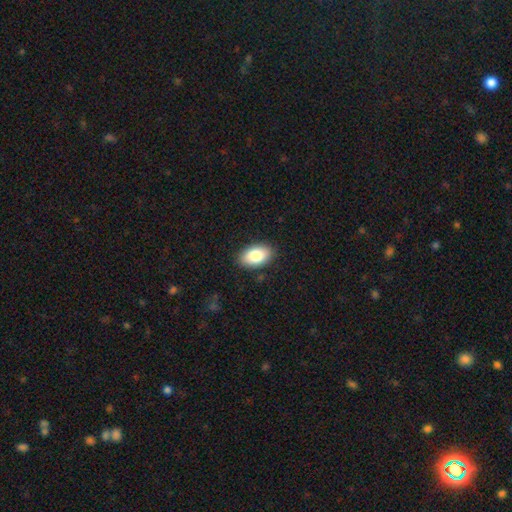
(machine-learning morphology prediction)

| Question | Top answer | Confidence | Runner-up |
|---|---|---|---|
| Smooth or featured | smooth | 83% | featured or disk (10%) |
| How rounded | in between | 93% | round (5%) |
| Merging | none | 88% | minor disturbance (9%) |